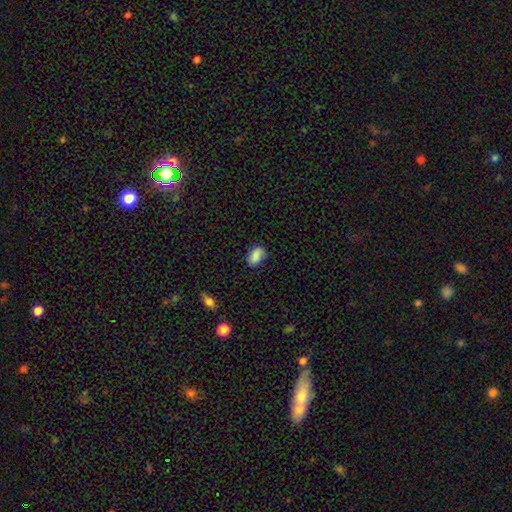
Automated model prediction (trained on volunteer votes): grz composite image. It shows a smooth galaxy with no disk features (87%) that is in between round and cigar-shaped (89%). Merging: none (80%).